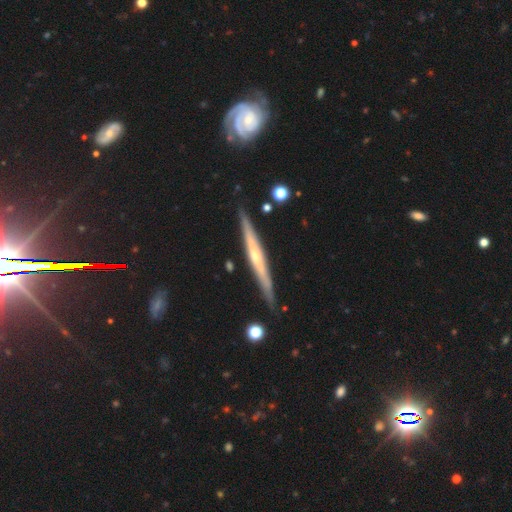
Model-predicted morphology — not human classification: Smooth or featured? Predicted: featured or disk (p=0.71). Edge-on disk? Predicted: yes (p=0.97). Edge-on bulge? Predicted: rounded (p=0.55). Merging? Predicted: none (p=0.88).